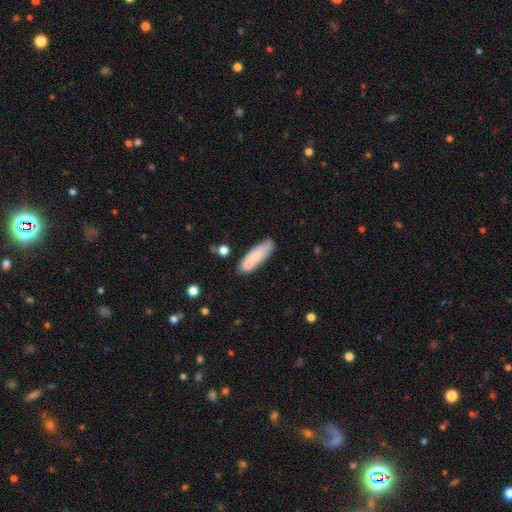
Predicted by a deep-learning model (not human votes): smooth-or-featured: smooth: 76% | featured or disk: 18% | star or artifact: 7%
  how-rounded: cigar-shaped: 50% | in between: 48% | round: 2%
  merging: none: 63% | minor disturbance: 18% | merger: 15% | major disturbance: 5%